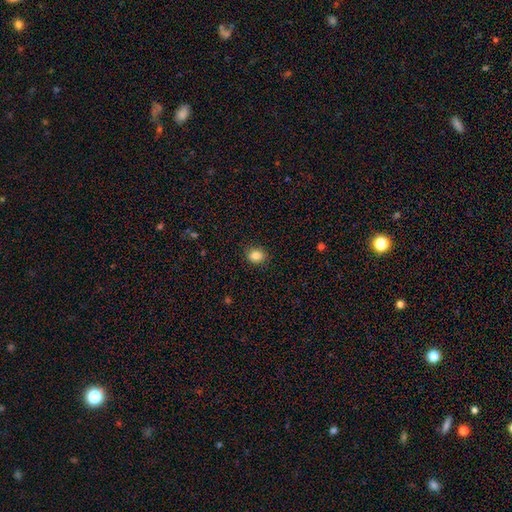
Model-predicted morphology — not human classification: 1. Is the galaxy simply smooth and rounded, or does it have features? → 84% smooth, 10% star or artifact, 6% featured or disk.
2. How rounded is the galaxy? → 64% round, 35% in between, 1% cigar-shaped.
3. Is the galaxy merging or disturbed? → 89% none, 8% minor disturbance, 2% major disturbance, 1% merger.